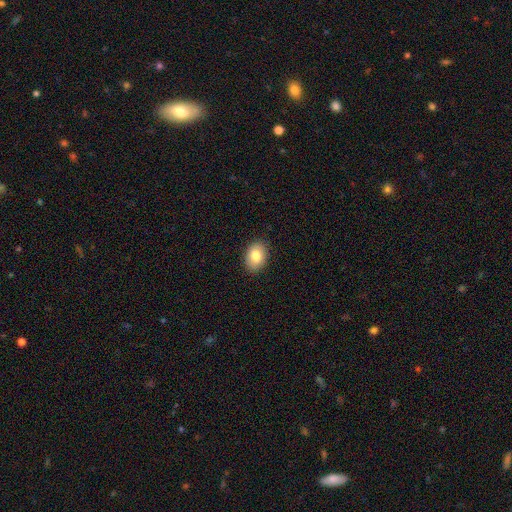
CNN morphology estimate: A smooth galaxy with no disk features (83%) that is in between round and cigar-shaped (79%). Merging: none (89%).